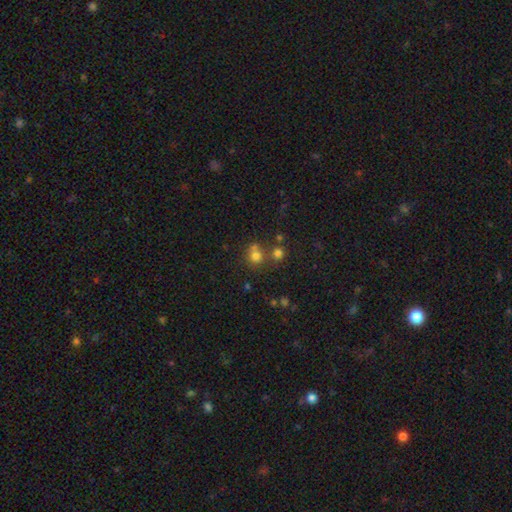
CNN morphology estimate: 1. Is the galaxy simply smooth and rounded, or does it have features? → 71% smooth, 19% star or artifact, 9% featured or disk.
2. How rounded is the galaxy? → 87% round, 12% in between, 1% cigar-shaped.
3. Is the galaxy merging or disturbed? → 56% none, 32% merger, 8% minor disturbance, 4% major disturbance.